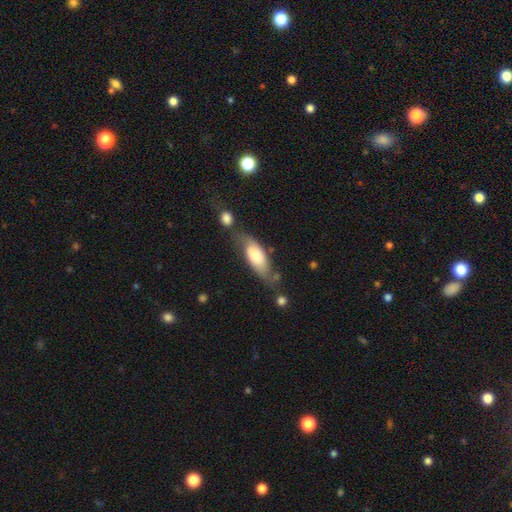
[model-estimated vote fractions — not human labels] smooth-or-featured: smooth: 64% | featured or disk: 30% | star or artifact: 6%
  how-rounded: in between: 77% | cigar-shaped: 21% | round: 2%
  merging: none: 51% | minor disturbance: 25% | merger: 13% | major disturbance: 10%